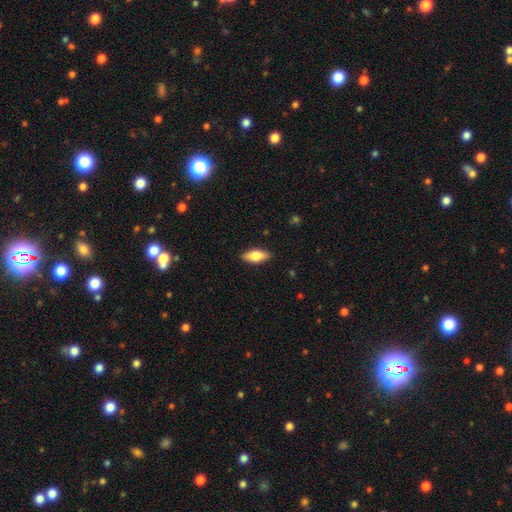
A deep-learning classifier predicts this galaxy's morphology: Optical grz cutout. It shows a smooth galaxy with no disk features (70%) that is in between round and cigar-shaped (80%). Merging: none (88%).